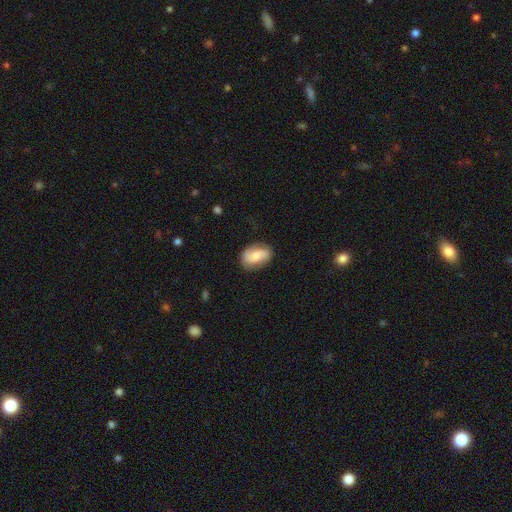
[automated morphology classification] Smooth or featured?
  - smooth: 54% *
  - featured or disk: 39%
  - star or artifact: 7%
How rounded?
  - in between: 85% *
  - round: 13%
  - cigar-shaped: 2%
Merging?
  - none: 76% *
  - minor disturbance: 18%
  - major disturbance: 5%
  - merger: 1%